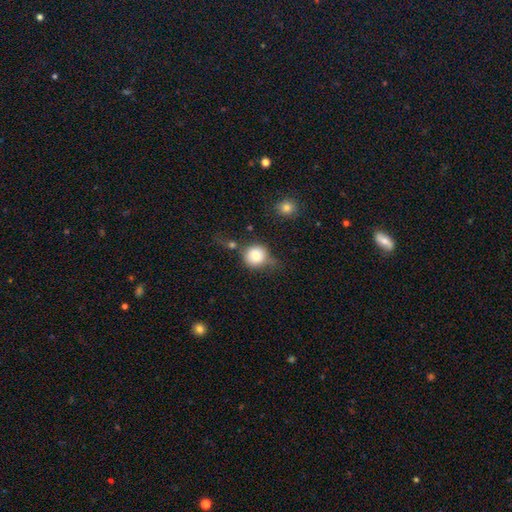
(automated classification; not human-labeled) Smooth or featured?
  - smooth: 73% *
  - featured or disk: 18%
  - star or artifact: 10%
How rounded?
  - round: 89% *
  - in between: 10%
  - cigar-shaped: 1%
Merging?
  - none: 54% *
  - minor disturbance: 23%
  - major disturbance: 13%
  - merger: 10%